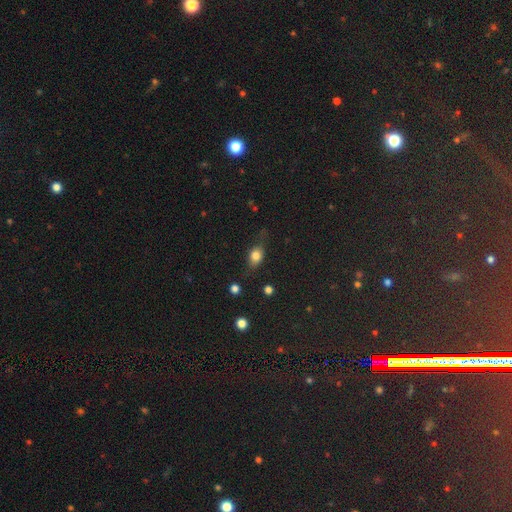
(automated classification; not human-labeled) Smooth or featured?
  - smooth: 75% *
  - featured or disk: 14%
  - star or artifact: 11%
How rounded?
  - in between: 65% *
  - round: 30%
  - cigar-shaped: 5%
Merging?
  - none: 65% *
  - minor disturbance: 24%
  - major disturbance: 8%
  - merger: 2%